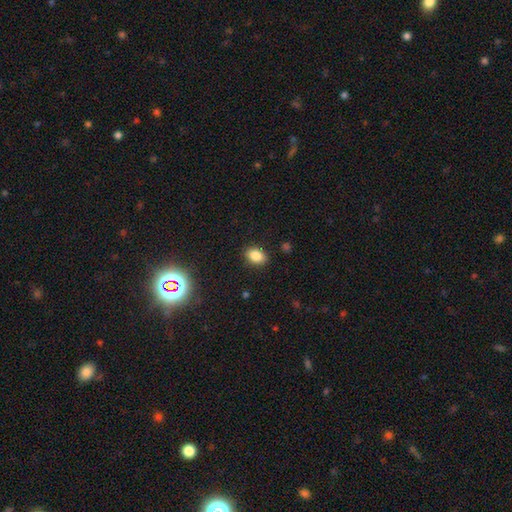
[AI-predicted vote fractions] Smooth or featured?
  - smooth: 84% *
  - star or artifact: 11%
  - featured or disk: 5%
How rounded?
  - in between: 75% *
  - round: 24%
  - cigar-shaped: 1%
Merging?
  - none: 87% *
  - minor disturbance: 9%
  - major disturbance: 3%
  - merger: 1%